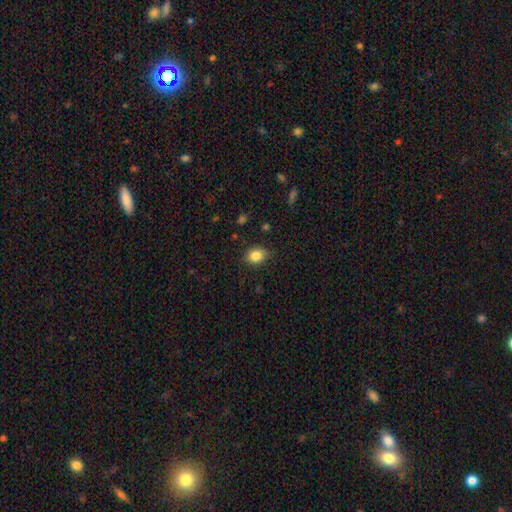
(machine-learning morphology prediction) A smooth galaxy with no disk features (85%) that is in between round and cigar-shaped (53%). Merging: none (83%).